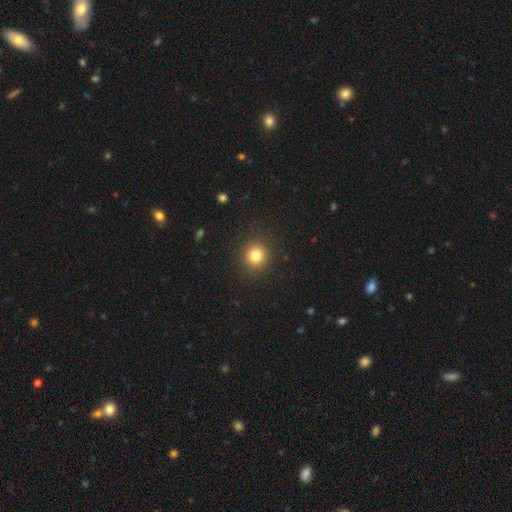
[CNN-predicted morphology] smooth-or-featured: smooth: 81% | star or artifact: 12% | featured or disk: 6%
  how-rounded: round: 90% | in between: 9% | cigar-shaped: 1%
  merging: none: 91% | minor disturbance: 6% | major disturbance: 2% | merger: 1%